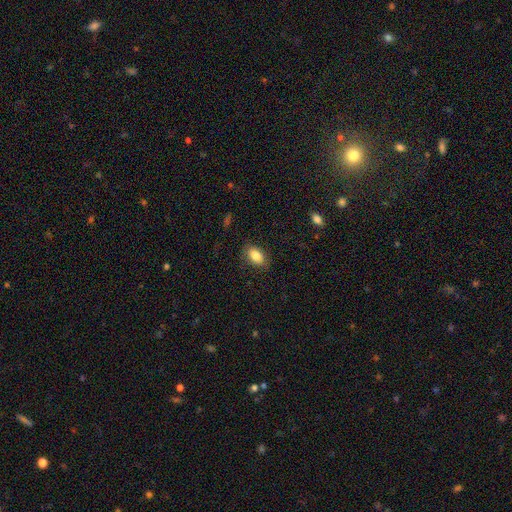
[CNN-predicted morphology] The model was most divided on "merging": none: 80%, minor disturbance: 14%, major disturbance: 4%, merger: 1%. More confident: how rounded — in between (89%); smooth or featured — smooth (83%).